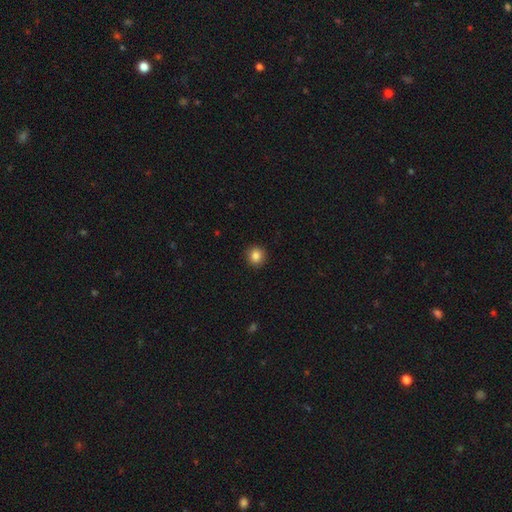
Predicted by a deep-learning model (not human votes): A smooth galaxy with no disk features (85%) that is round (89%).

Vote fractions:
- Smooth or featured? smooth: 85% / star or artifact: 10% / featured or disk: 4%
- How rounded? round: 89% / in between: 10% / cigar-shaped: 1%
- Merging? none: 92% / minor disturbance: 6% / major disturbance: 2% / merger: 1%